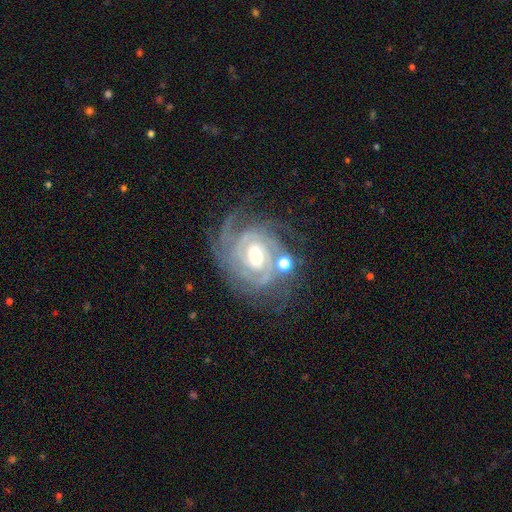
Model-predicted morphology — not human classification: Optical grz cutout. It shows a featured or disk galaxy (90%) with a weak bar (44%), 3 (32%) tight (75%) spiral arms (98%) and a moderate central bulge (67%). Merging: none (66%).